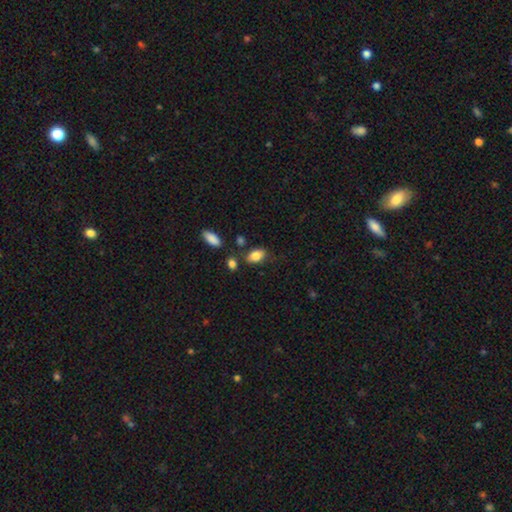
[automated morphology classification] Smooth or featured: smooth — 85% (star or artifact — 8%)
How rounded: in between — 89% (round — 9%)
Merging: none — 72% (minor disturbance — 16%)